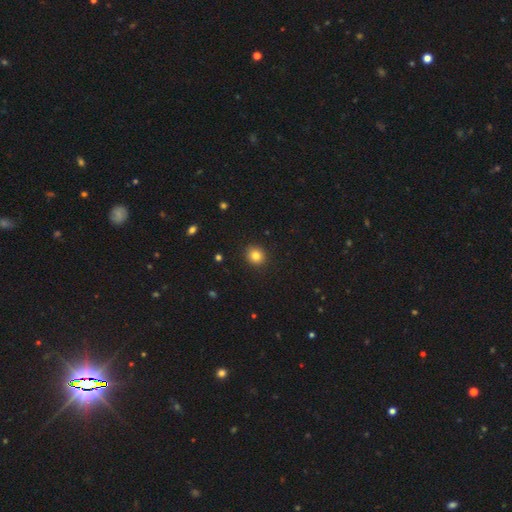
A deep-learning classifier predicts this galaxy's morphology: Smooth or featured? Predicted: smooth (p=0.83). How rounded? Predicted: round (p=0.87). Merging? Predicted: none (p=0.91).